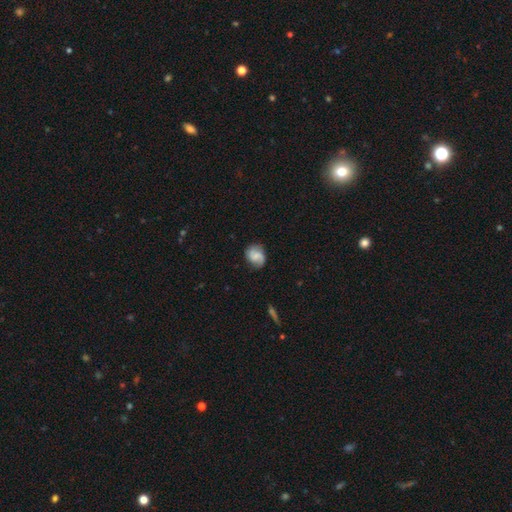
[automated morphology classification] type=featured or disk (56%); edge-on=no (97%); bar=no (48%); spiral arms=yes (92%); bulge=small (38%); merging=none (76%).